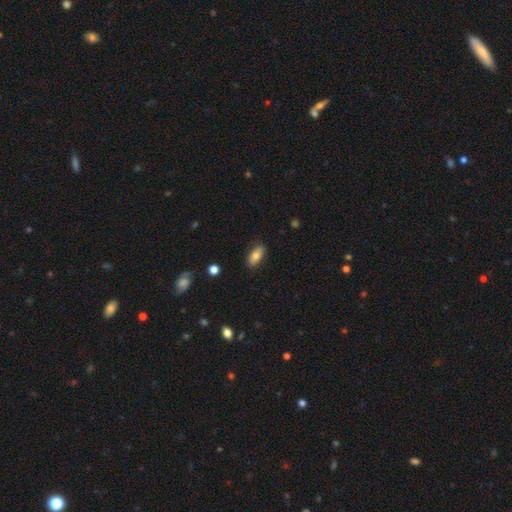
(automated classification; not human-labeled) The model was most divided on "smooth or featured": smooth: 76%, featured or disk: 17%, star or artifact: 7%. More confident: how rounded — in between (88%); merging — none (84%).